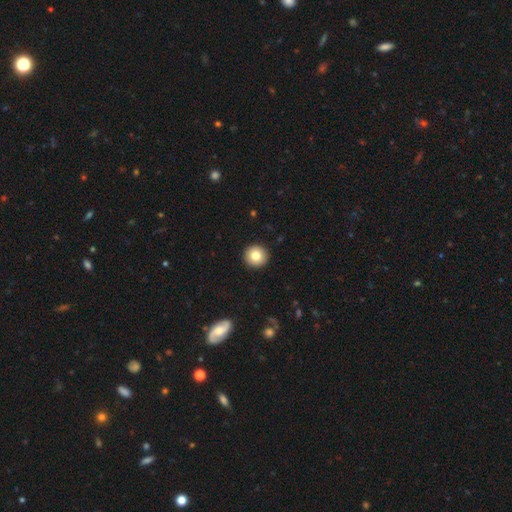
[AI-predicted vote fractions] Overall: smooth (81%). How rounded: round (95%). Merging: none (93%).